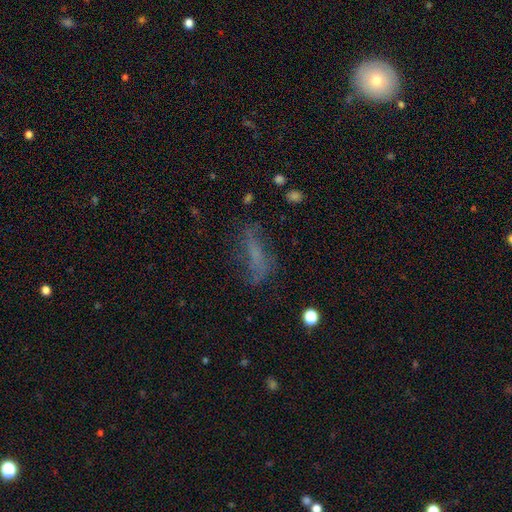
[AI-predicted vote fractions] Smooth or featured?
  - smooth: 41% *
  - featured or disk: 40%
  - star or artifact: 19%
Merging?
  - none: 55% *
  - minor disturbance: 23%
  - major disturbance: 19%
  - merger: 3%